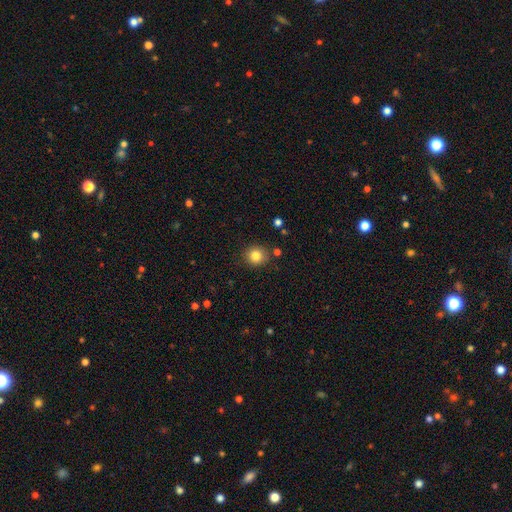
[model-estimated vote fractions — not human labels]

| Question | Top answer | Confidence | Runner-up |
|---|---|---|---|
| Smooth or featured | smooth | 82% | star or artifact (11%) |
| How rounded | round | 90% | in between (10%) |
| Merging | none | 87% | minor disturbance (8%) |